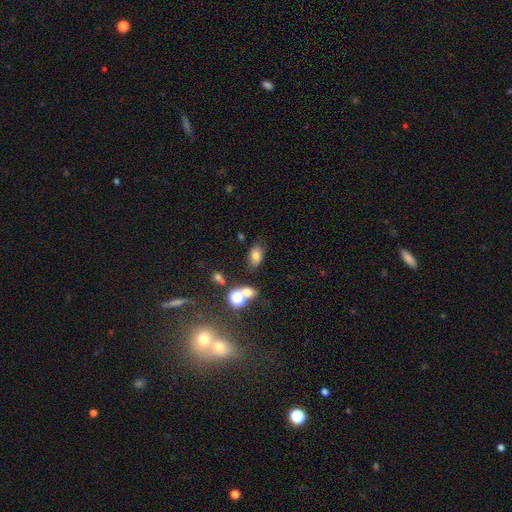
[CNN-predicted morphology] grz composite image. It shows a smooth galaxy with no disk features (74%) that is in between round and cigar-shaped (84%). Merging: none (72%).